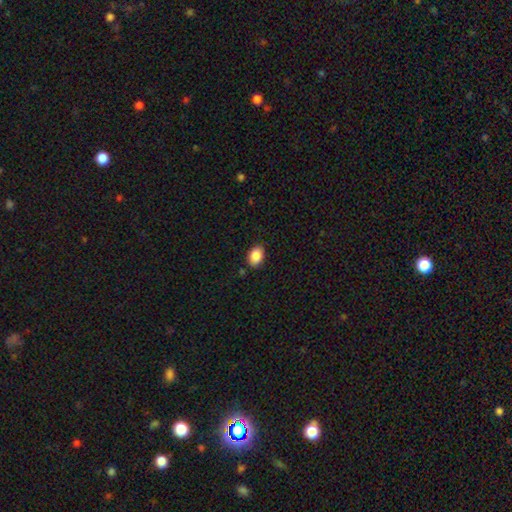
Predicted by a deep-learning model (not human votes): Q: Smooth or featured?
A: smooth (88%); runner-up: star or artifact (8%)
Q: How rounded?
A: in between (84%); runner-up: round (15%)
Q: Merging?
A: none (85%); runner-up: minor disturbance (11%)